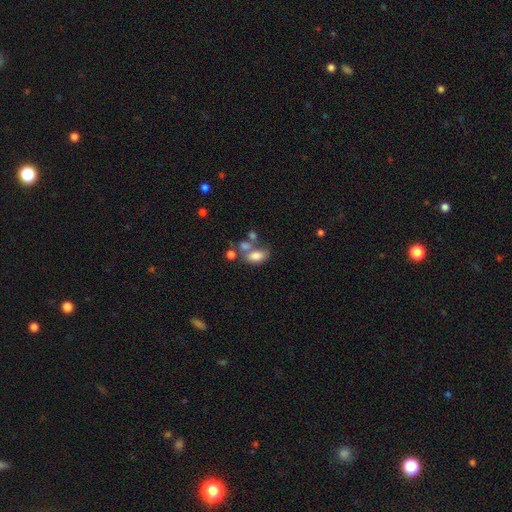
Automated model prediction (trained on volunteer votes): The model was most divided on "merging": none: 41%, merger: 36%, minor disturbance: 14%, major disturbance: 9%. More confident: how rounded — in between (88%); smooth or featured — smooth (76%).